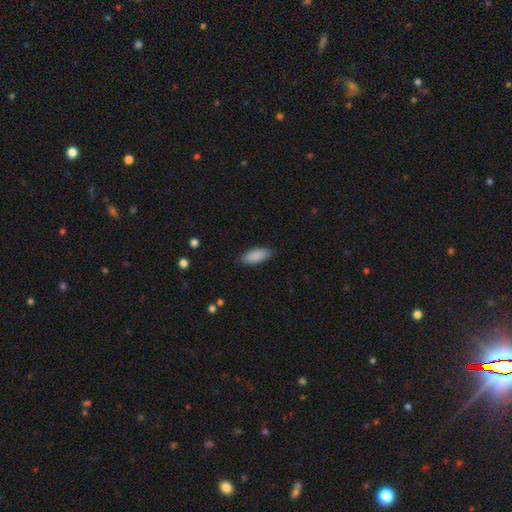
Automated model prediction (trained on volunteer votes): smooth-or-featured: smooth: 90% | star or artifact: 6% | featured or disk: 4%
  how-rounded: in between: 82% | cigar-shaped: 17% | round: 2%
  merging: none: 87% | minor disturbance: 10% | major disturbance: 2% | merger: 1%